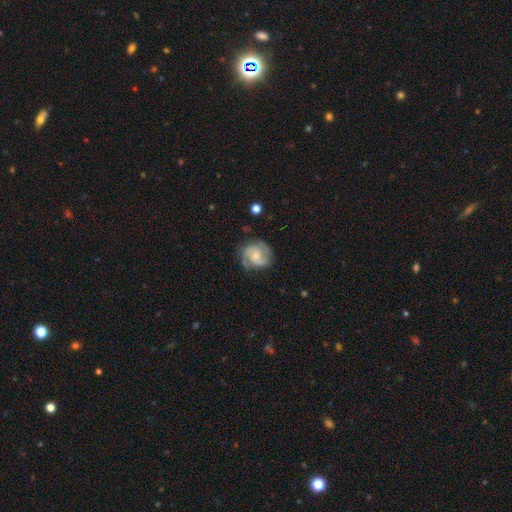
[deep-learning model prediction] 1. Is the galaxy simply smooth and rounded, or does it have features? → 71% featured or disk, 22% smooth, 6% star or artifact.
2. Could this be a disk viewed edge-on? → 98% no, 2% yes.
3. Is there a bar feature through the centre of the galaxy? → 63% no, 31% weak, 6% strong.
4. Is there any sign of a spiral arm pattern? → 92% yes, 8% no.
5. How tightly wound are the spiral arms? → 44% medium, 42% tight, 14% loose.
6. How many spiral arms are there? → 68% 2, 14% can't tell, 10% 3, 4% 1, 2% 4, 2% more than 4.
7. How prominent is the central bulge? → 57% small, 36% moderate, 4% none, 2% large, 1% dominant.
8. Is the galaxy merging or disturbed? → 69% none, 21% minor disturbance, 8% major disturbance, 2% merger.